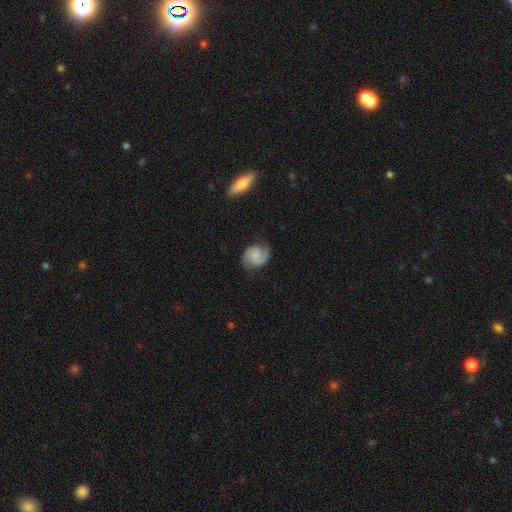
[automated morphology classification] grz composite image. It shows a featured or disk galaxy (72%) with no bar (60%), 2 (89%) medium (48%) spiral arms (96%) and no central bulge (53%). Merging: none (77%).